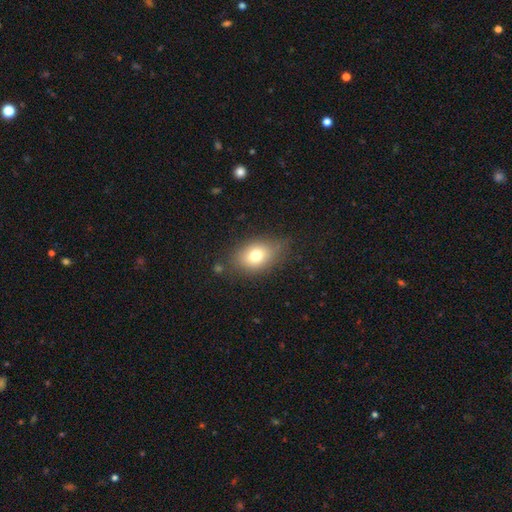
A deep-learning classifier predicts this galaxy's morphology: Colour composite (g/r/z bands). It shows a smooth galaxy with no disk features (74%) that is in between round and cigar-shaped (70%). Merging: none (73%).